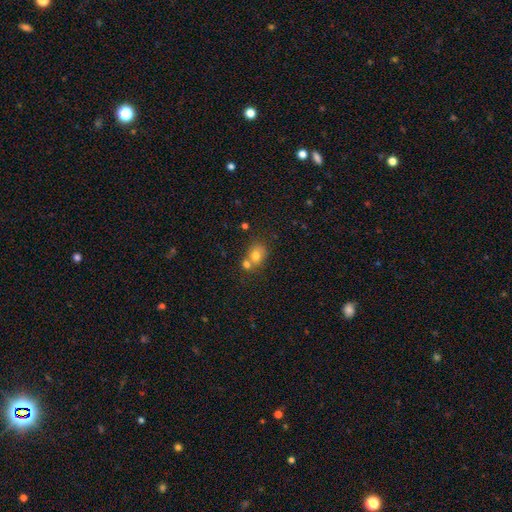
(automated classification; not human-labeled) A smooth galaxy with no disk features (76%) that is round (63%).

Vote fractions:
- Smooth or featured? smooth: 76% / featured or disk: 13% / star or artifact: 12%
- How rounded? round: 63% / in between: 36% / cigar-shaped: 1%
- Merging? none: 44% / merger: 42% / minor disturbance: 11% / major disturbance: 4%